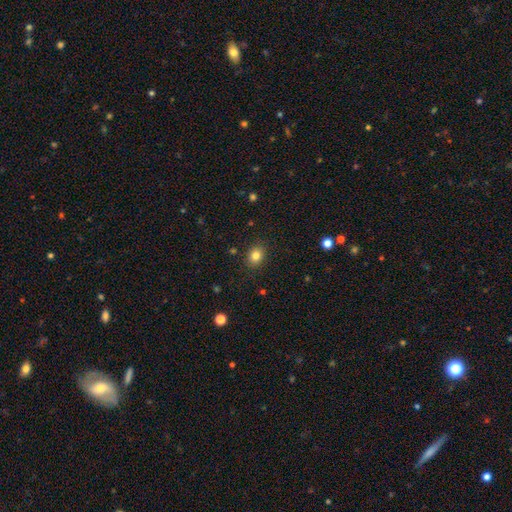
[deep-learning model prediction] Smooth or featured: smooth — 82% (star or artifact — 11%)
How rounded: round — 58% (in between — 42%)
Merging: none — 87% (minor disturbance — 9%)